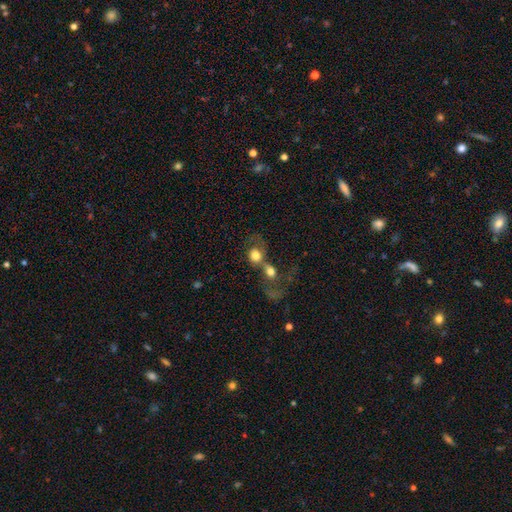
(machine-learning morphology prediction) type=smooth (69%); roundness=round (65%); merging=merger (71%).